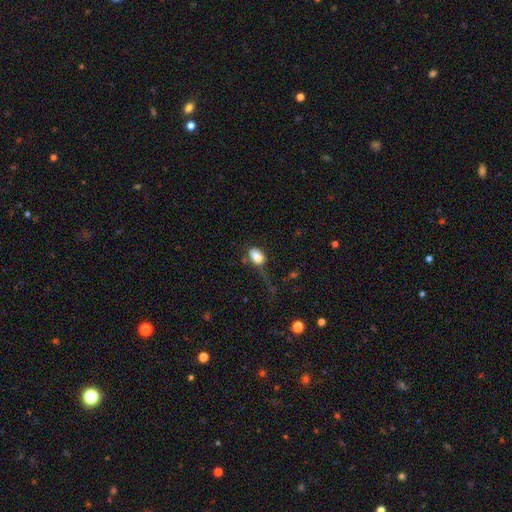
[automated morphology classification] Q: Smooth or featured?
A: smooth (81%); runner-up: featured or disk (11%)
Q: How rounded?
A: in between (88%); runner-up: round (10%)
Q: Merging?
A: none (36%); runner-up: major disturbance (31%)